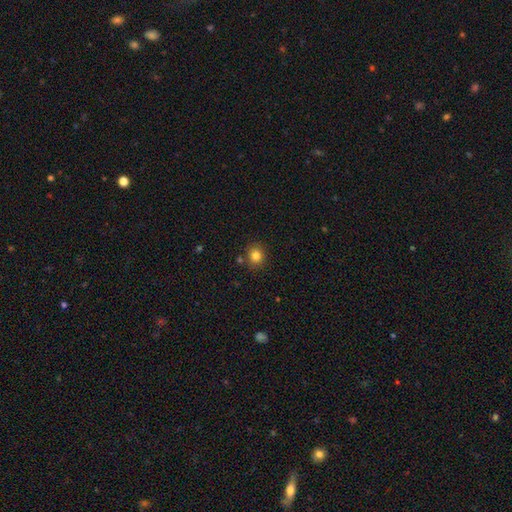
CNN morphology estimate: type=smooth (82%); roundness=round (78%); merging=none (82%).